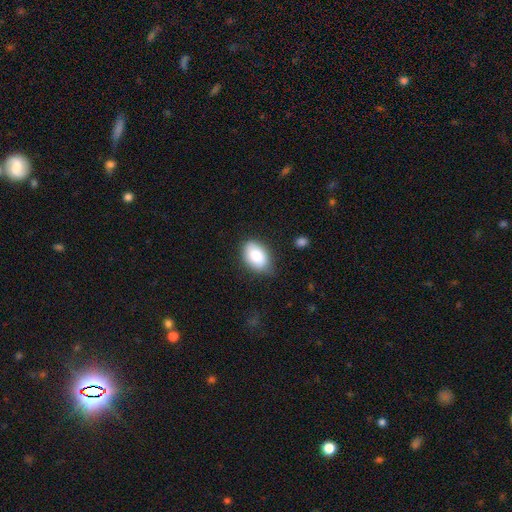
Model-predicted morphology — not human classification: type=smooth (84%); roundness=in between (88%); merging=none (73%).